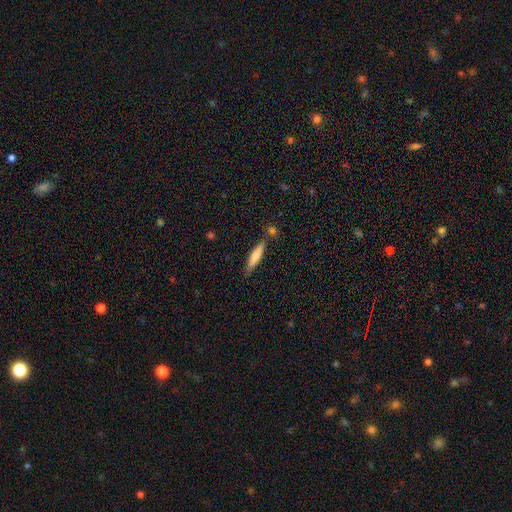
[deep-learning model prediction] The model was most divided on "smooth or featured": smooth: 68%, featured or disk: 26%, star or artifact: 6%. More confident: how rounded — cigar-shaped (85%); merging — none (79%).